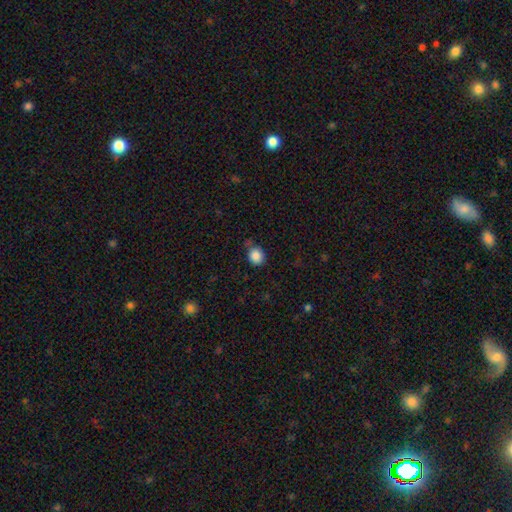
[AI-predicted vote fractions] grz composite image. It shows a smooth galaxy with no disk features (87%) that is round (72%). Merging: none (71%).